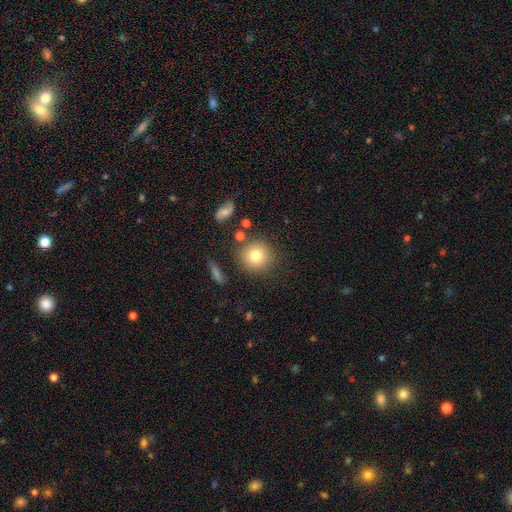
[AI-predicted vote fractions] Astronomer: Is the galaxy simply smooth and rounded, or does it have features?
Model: smooth — 79%.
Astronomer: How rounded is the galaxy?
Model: round — 91%.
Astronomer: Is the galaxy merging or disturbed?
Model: none — 82%.